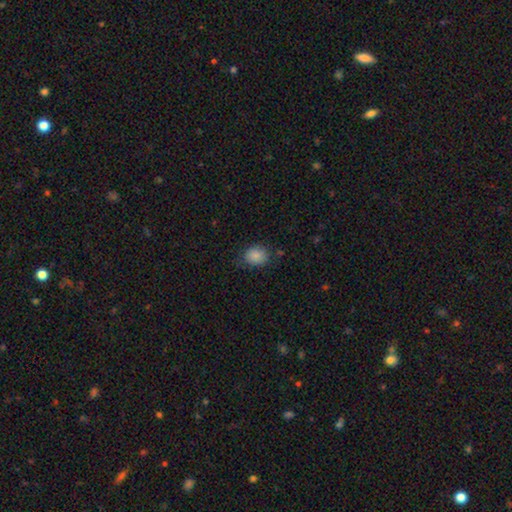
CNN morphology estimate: The model was most divided on "how rounded": round: 54%, in between: 45%, cigar-shaped: 1%. More confident: smooth or featured — smooth (86%); merging — none (77%).